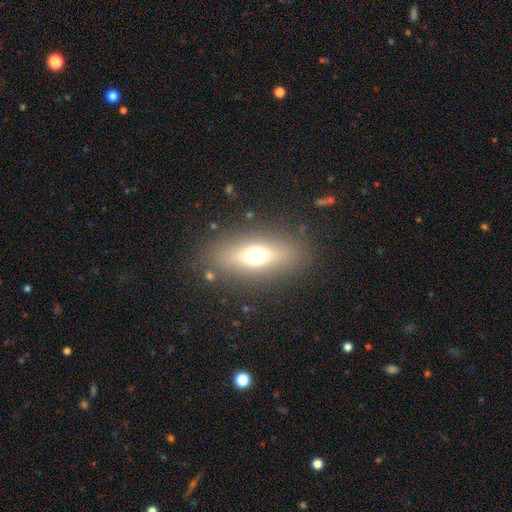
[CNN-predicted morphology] Smooth or featured? Predicted: smooth (p=0.61). How rounded? Predicted: in between (p=0.71). Merging? Predicted: none (p=0.85).